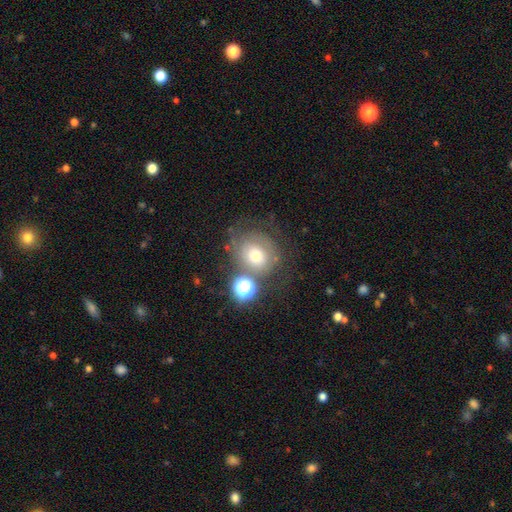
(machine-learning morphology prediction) Smooth or featured: smooth — 54% (featured or disk — 30%)
How rounded: round — 80% (in between — 19%)
Merging: none — 56% (minor disturbance — 17%)